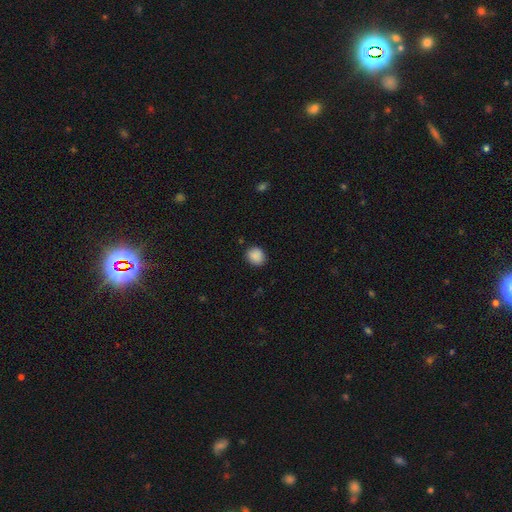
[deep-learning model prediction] Smooth or featured?
  - smooth: 88% *
  - star or artifact: 9%
  - featured or disk: 3%
How rounded?
  - round: 74% *
  - in between: 25%
  - cigar-shaped: 1%
Merging?
  - none: 86% *
  - minor disturbance: 10%
  - major disturbance: 2%
  - merger: 1%